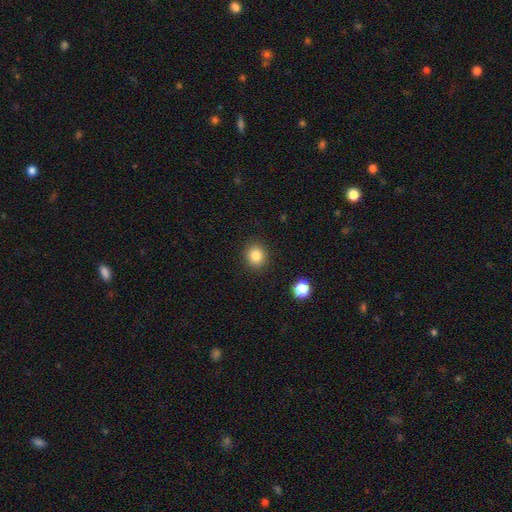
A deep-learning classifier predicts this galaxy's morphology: smooth-or-featured: smooth: 83% | star or artifact: 11% | featured or disk: 6%
  how-rounded: round: 80% | in between: 19% | cigar-shaped: 1%
  merging: none: 90% | minor disturbance: 7% | major disturbance: 2% | merger: 1%